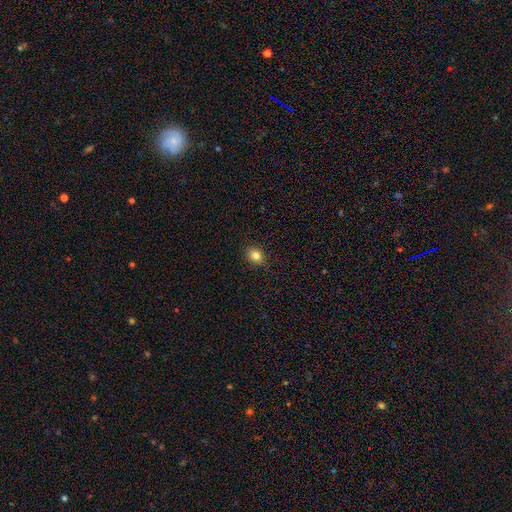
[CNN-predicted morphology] smooth_or_featured: smooth (p=0.83) [alt: star or artifact p=0.12]
how_rounded: round (p=0.63) [alt: in between p=0.36]
merging: none (p=0.88) [alt: minor disturbance p=0.09]